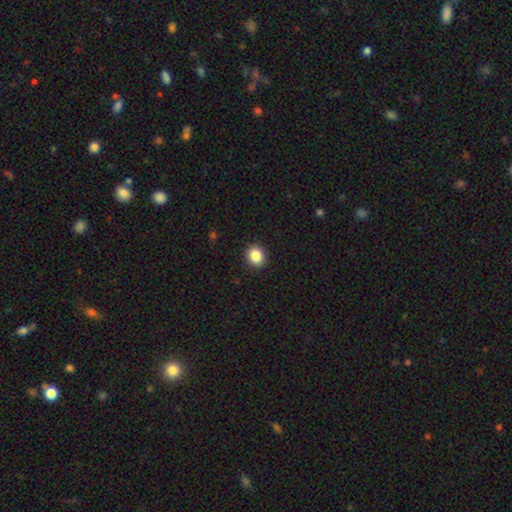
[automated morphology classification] Q: Smooth or featured?
A: smooth (87%); runner-up: star or artifact (9%)
Q: How rounded?
A: round (75%); runner-up: in between (24%)
Q: Merging?
A: none (91%); runner-up: minor disturbance (6%)